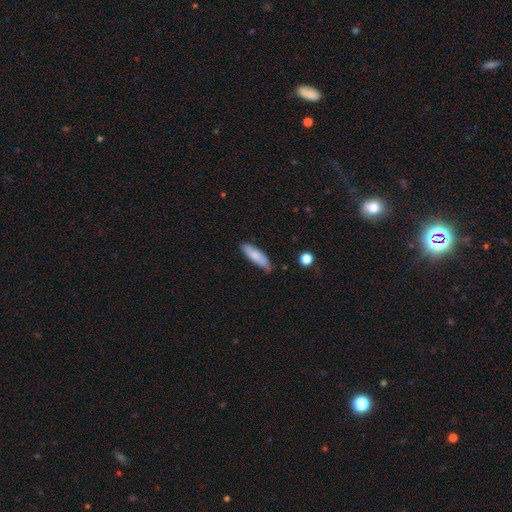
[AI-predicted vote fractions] A smooth galaxy with no disk features (77%) that is cigar-shaped (55%). Merging: none (75%).